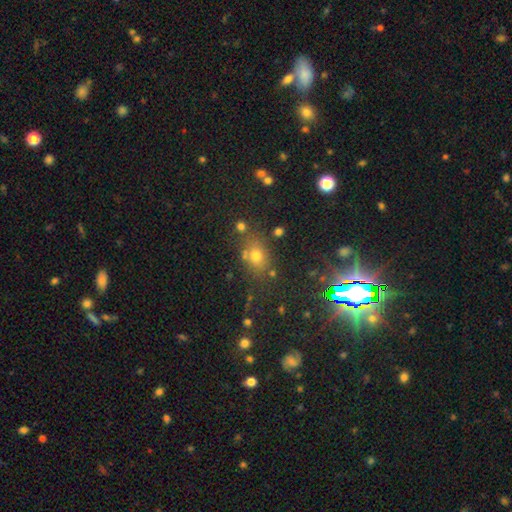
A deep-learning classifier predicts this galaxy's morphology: Smooth or featured? Predicted: smooth (p=0.61). How rounded? Predicted: in between (p=0.54). Merging? Predicted: none (p=0.72).